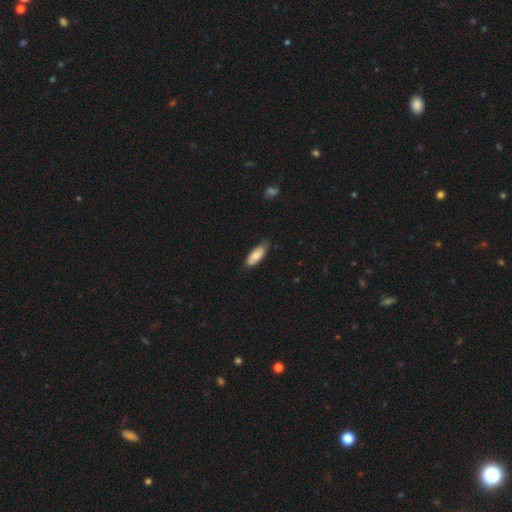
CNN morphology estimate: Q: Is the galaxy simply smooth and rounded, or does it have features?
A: smooth — 76%.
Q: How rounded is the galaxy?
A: in between — 76%.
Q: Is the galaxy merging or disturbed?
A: none — 74%.